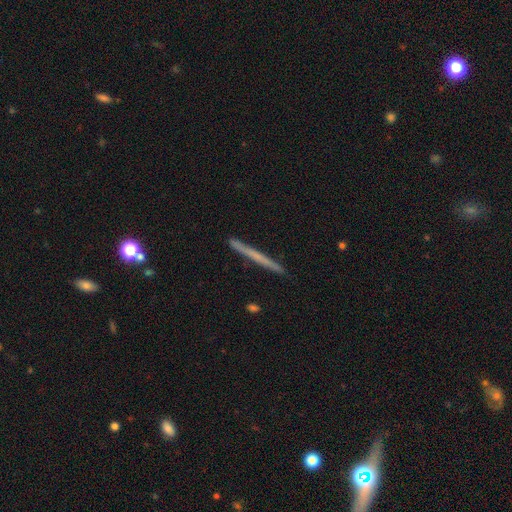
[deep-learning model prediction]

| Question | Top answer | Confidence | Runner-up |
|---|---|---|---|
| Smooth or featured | featured or disk | 48% | smooth (46%) |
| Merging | none | 92% | minor disturbance (6%) |